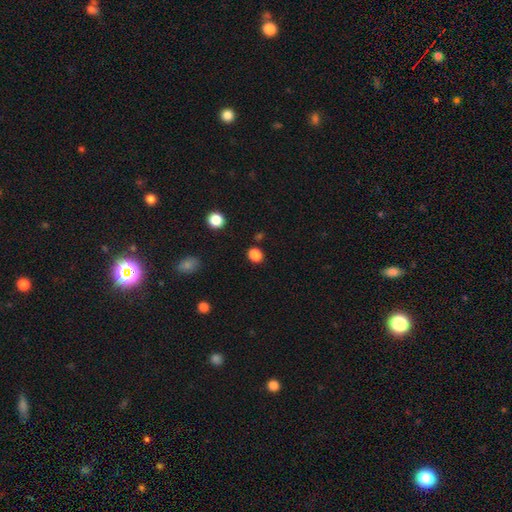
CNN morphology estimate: type=smooth (84%); roundness=round (52%); merging=none (83%).